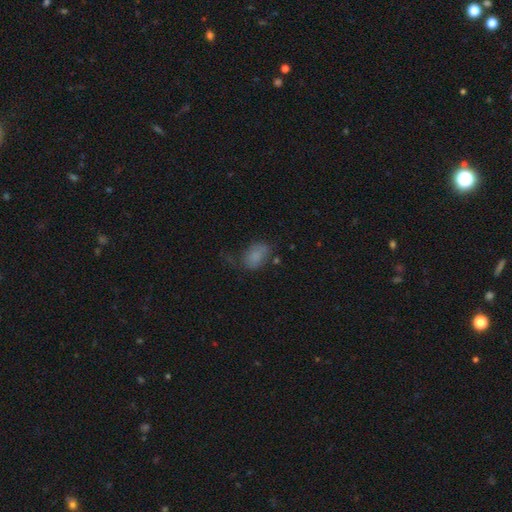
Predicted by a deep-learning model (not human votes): This appears to be a smooth galaxy with no disk features (76%) that is in between round and cigar-shaped (84%). Merging: none (43%).